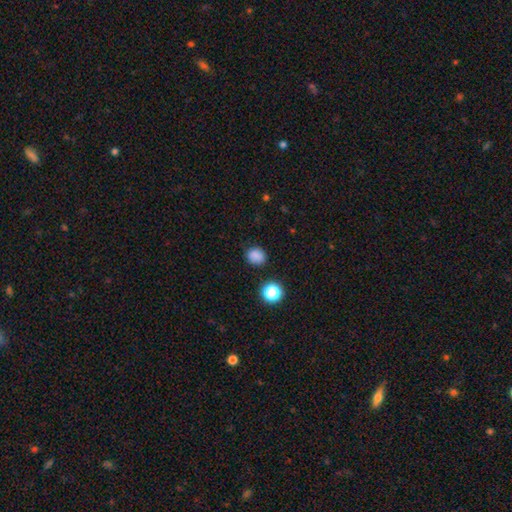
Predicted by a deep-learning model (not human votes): Morphology: type=smooth (83%); roundness=round (67%); merging=none (83%).